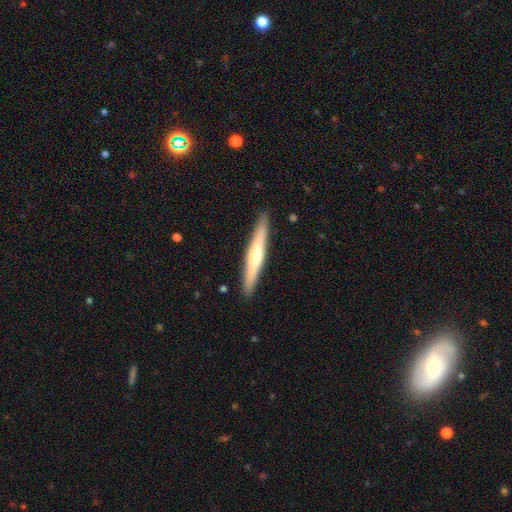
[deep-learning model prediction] Smooth or featured? Predicted: featured or disk (p=0.53). Edge-on disk? Predicted: yes (p=0.97). Edge-on bulge? Predicted: rounded (p=0.71). Merging? Predicted: none (p=0.91).